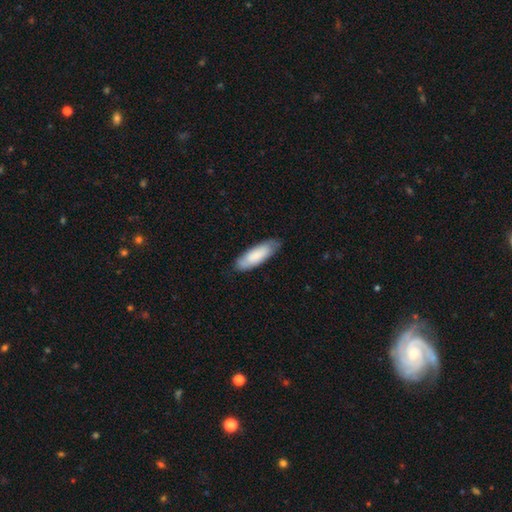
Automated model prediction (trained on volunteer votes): Smooth or featured? Predicted: smooth (p=0.80). How rounded? Predicted: in between (p=0.59). Merging? Predicted: none (p=0.79).